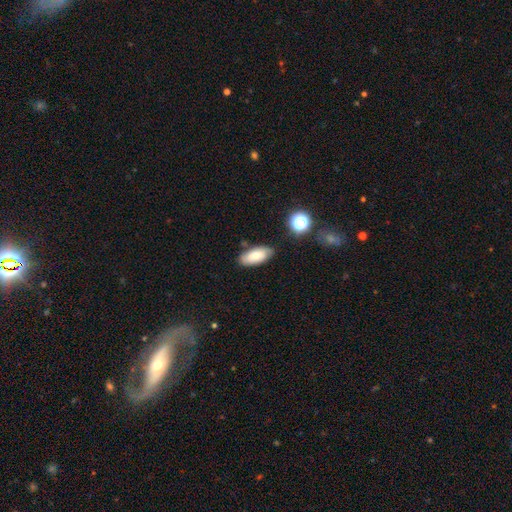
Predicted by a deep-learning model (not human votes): Smooth or featured?
  - smooth: 73% *
  - featured or disk: 19%
  - star or artifact: 8%
How rounded?
  - in between: 89% *
  - cigar-shaped: 8%
  - round: 3%
Merging?
  - none: 78% *
  - minor disturbance: 16%
  - merger: 3%
  - major disturbance: 3%